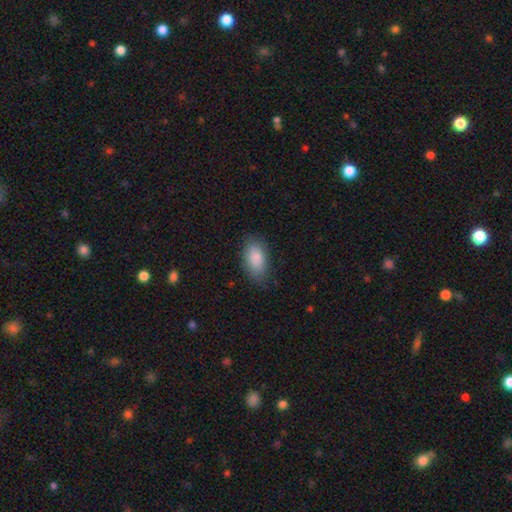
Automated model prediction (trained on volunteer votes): Overall: smooth (86%). How rounded: in between (92%). Merging: none (79%).